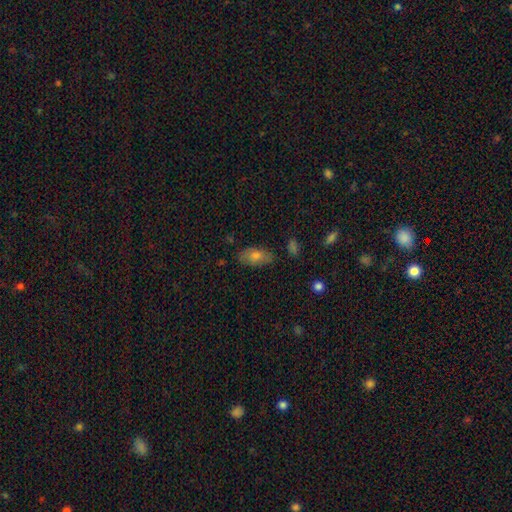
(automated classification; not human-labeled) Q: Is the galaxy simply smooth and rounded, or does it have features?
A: smooth — 74%.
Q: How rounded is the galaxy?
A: in between — 89%.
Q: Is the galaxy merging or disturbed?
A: none — 78%.